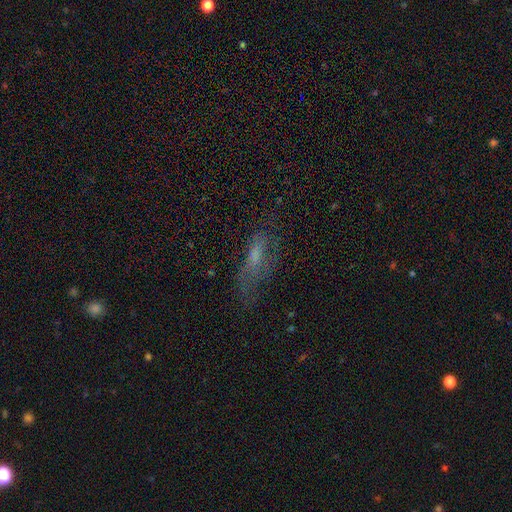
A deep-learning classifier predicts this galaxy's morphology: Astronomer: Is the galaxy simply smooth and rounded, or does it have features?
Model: smooth — 43% (runner-up: featured or disk, 41%).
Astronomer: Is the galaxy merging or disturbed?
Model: none — 49% (runner-up: major disturbance, 25%).